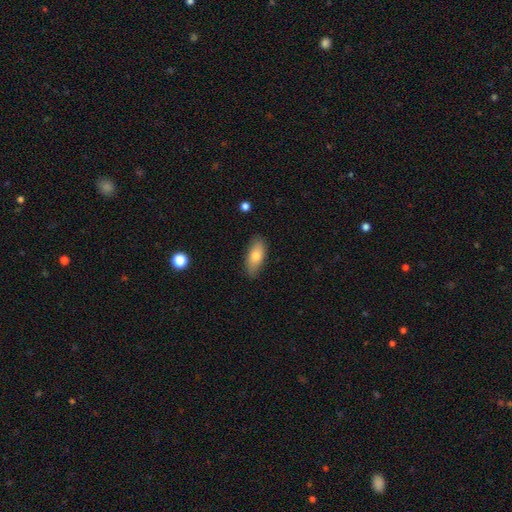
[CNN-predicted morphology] This is likely a smooth galaxy (78%). How rounded: clearly in between (85%). Merging: clearly none (84%).